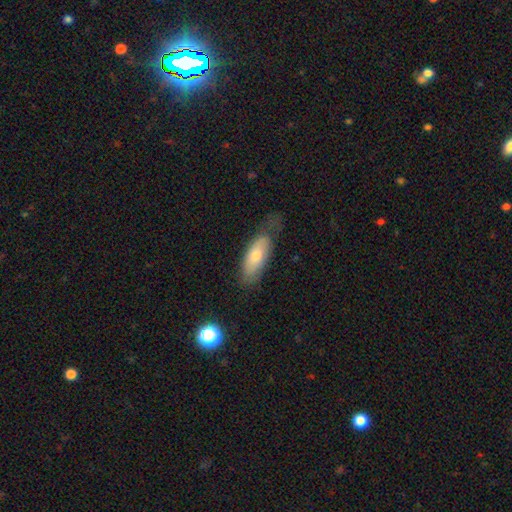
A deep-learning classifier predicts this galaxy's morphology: Smooth or featured? Predicted: smooth (p=0.70). How rounded? Predicted: in between (p=0.73). Merging? Predicted: none (p=0.54).